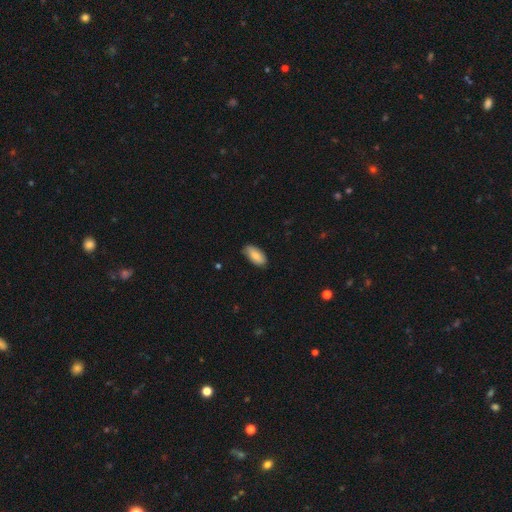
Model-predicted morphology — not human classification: Smooth or featured?
  - smooth: 82% *
  - featured or disk: 12%
  - star or artifact: 6%
How rounded?
  - in between: 91% *
  - cigar-shaped: 7%
  - round: 2%
Merging?
  - none: 80% *
  - minor disturbance: 16%
  - major disturbance: 2%
  - merger: 1%